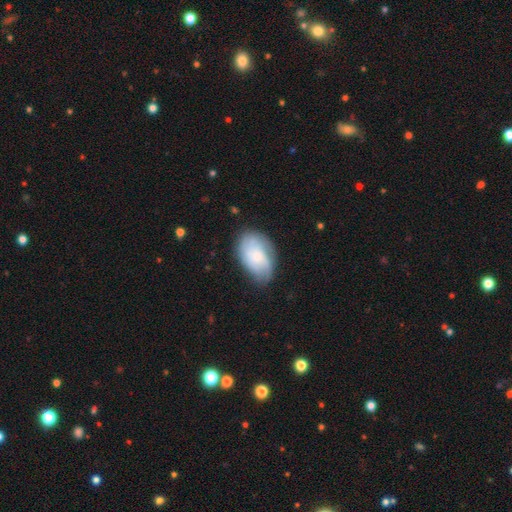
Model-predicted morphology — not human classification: Smooth or featured: featured or disk — 49% (smooth — 43%)
Merging: none — 69% (minor disturbance — 22%)